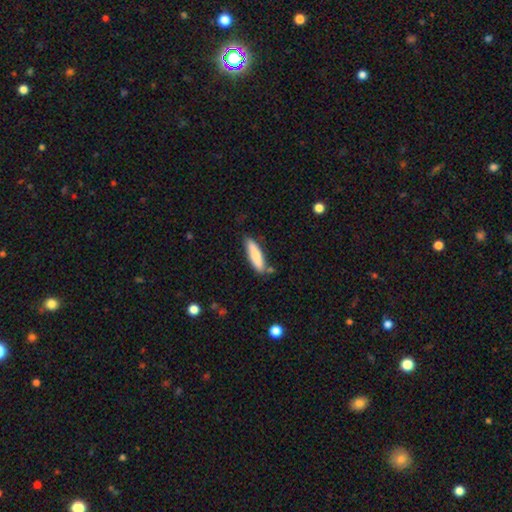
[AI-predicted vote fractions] The model was most divided on "how rounded": cigar-shaped: 73%, in between: 26%, round: 1%. More confident: smooth or featured — smooth (80%); merging — none (75%).